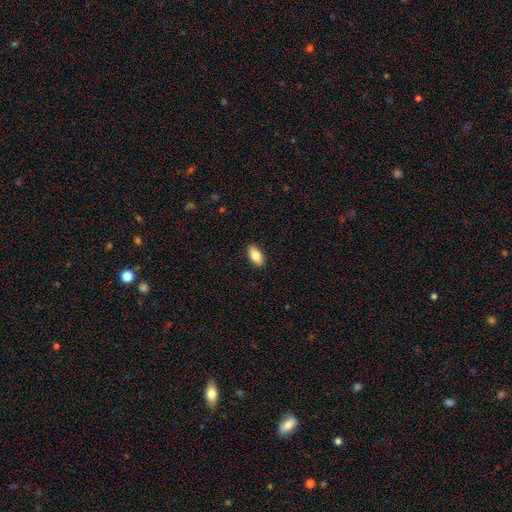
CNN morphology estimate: type=smooth (78%); roundness=in between (88%); merging=none (90%).